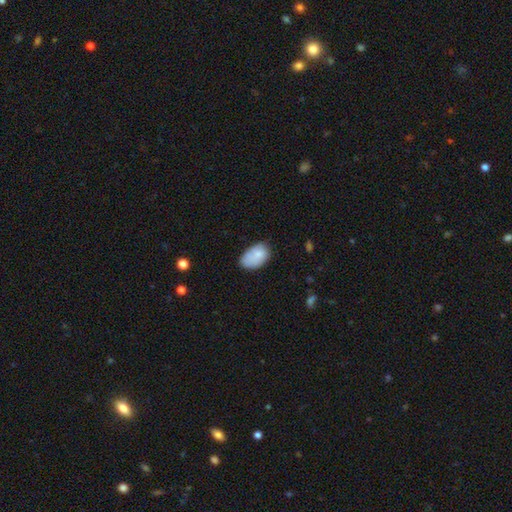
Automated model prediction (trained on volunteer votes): A smooth galaxy with no disk features (81%) that is in between round and cigar-shaped (90%). Merging: none (53%).